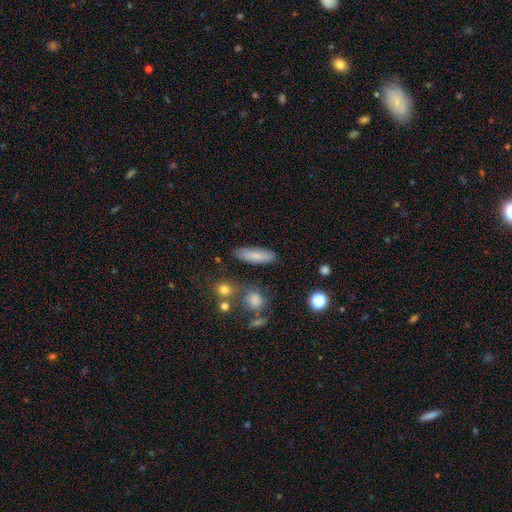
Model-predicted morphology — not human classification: The model was most divided on "how rounded": in between: 52%, cigar-shaped: 46%, round: 3%. More confident: merging — none (81%); smooth or featured — smooth (79%).